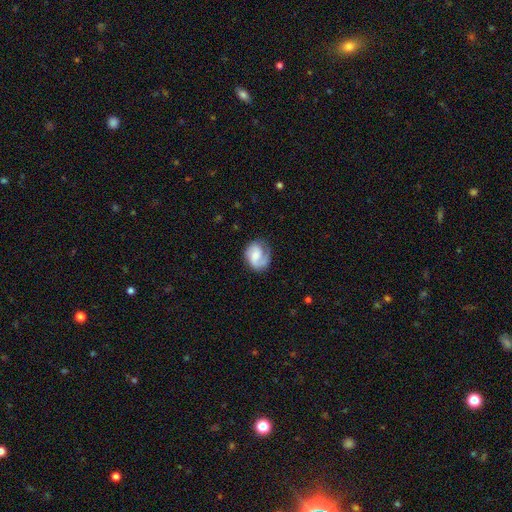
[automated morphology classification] Smooth or featured? Predicted: featured or disk (p=0.70). Edge-on disk? Predicted: no (p=0.98). Bar? Predicted: no (p=0.49). Spiral arms? Predicted: yes (p=0.94). Spiral winding? Predicted: medium (p=0.41). Spiral arm count? Predicted: 2 (p=0.46). Bulge size? Predicted: moderate (p=0.35). Merging? Predicted: none (p=0.66).